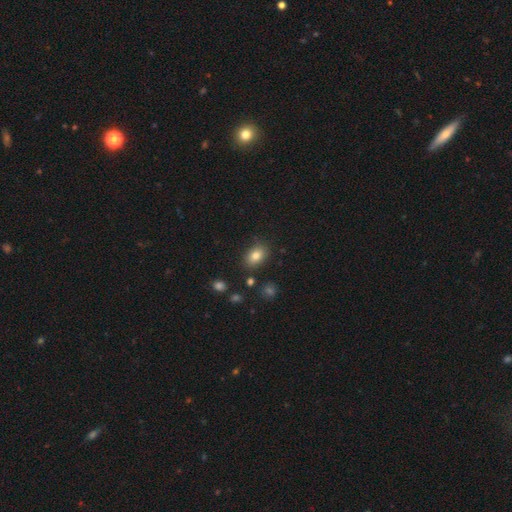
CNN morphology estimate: smooth_or_featured: smooth (p=0.82) [alt: star or artifact p=0.10]
how_rounded: in between (p=0.75) [alt: round p=0.24]
merging: none (p=0.82) [alt: minor disturbance p=0.12]